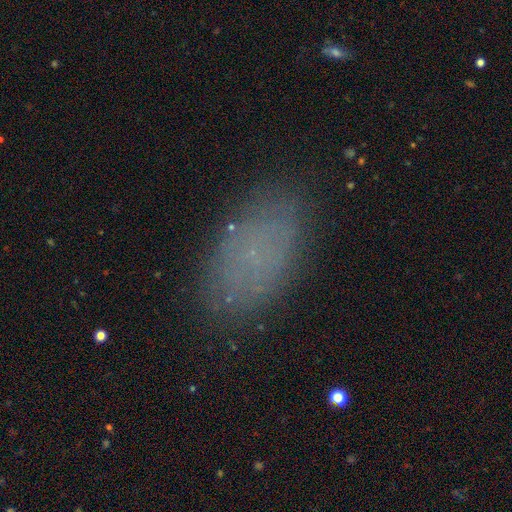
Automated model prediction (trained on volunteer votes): A smooth galaxy with no disk features (70%) that is in between round and cigar-shaped (93%).

Vote fractions:
- Smooth or featured? smooth: 70% / featured or disk: 17% / star or artifact: 14%
- How rounded? in between: 93% / round: 5% / cigar-shaped: 2%
- Merging? none: 84% / minor disturbance: 11% / major disturbance: 4% / merger: 1%